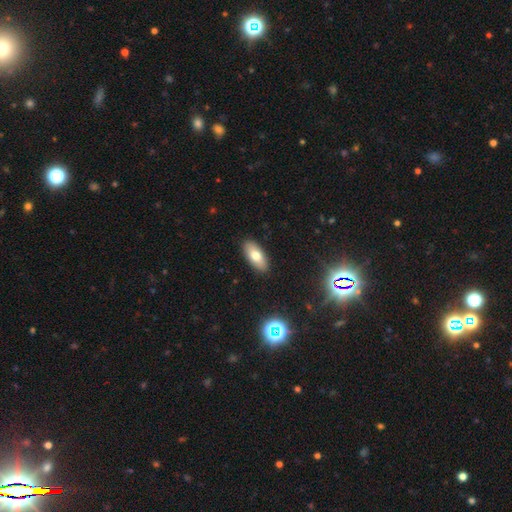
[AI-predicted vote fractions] Smooth or featured? Predicted: smooth (p=0.74). How rounded? Predicted: in between (p=0.88). Merging? Predicted: none (p=0.90).